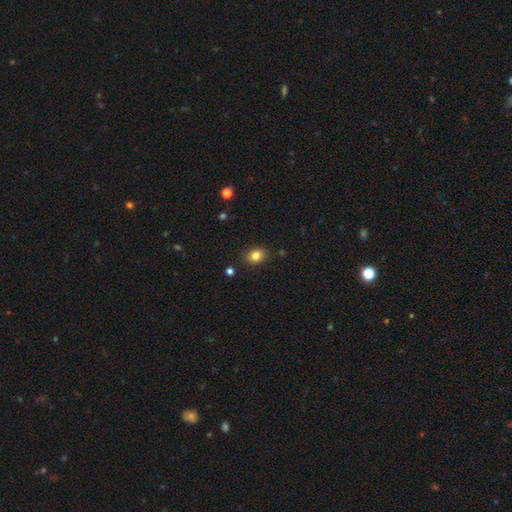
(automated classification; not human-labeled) smooth-or-featured: smooth: 83% | star or artifact: 11% | featured or disk: 6%
  how-rounded: in between: 61% | round: 38% | cigar-shaped: 1%
  merging: none: 85% | minor disturbance: 10% | major disturbance: 2% | merger: 2%